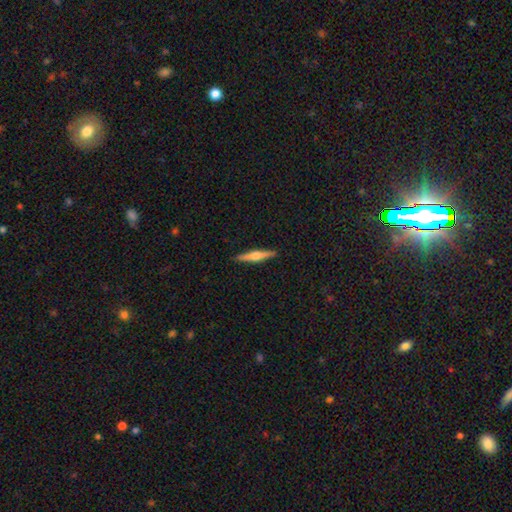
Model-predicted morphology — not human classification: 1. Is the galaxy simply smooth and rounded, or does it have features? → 63% featured or disk, 31% smooth, 6% star or artifact.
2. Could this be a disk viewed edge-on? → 97% yes, 3% no.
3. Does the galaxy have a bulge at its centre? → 89% rounded, 6% boxy, 5% none.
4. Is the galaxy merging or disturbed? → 91% none, 7% minor disturbance, 1% major disturbance, 1% merger.